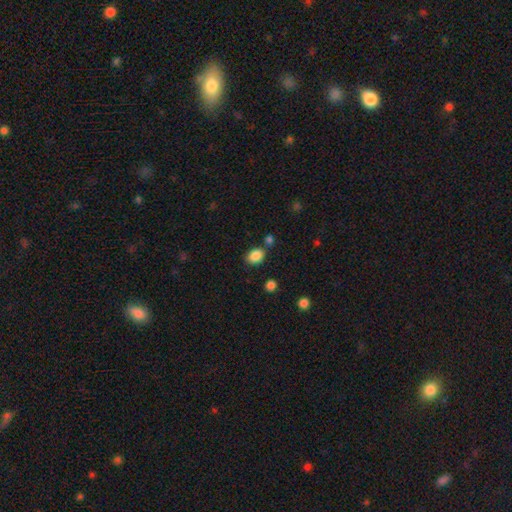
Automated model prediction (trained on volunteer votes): Morphology: type=smooth (87%); roundness=in between (62%); merging=none (74%).